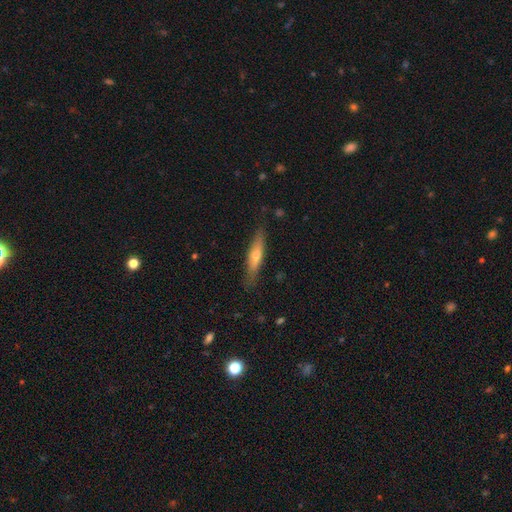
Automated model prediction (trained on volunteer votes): This appears to be a smooth galaxy with no disk features (51%) that is cigar-shaped (85%). Merging: none (85%).